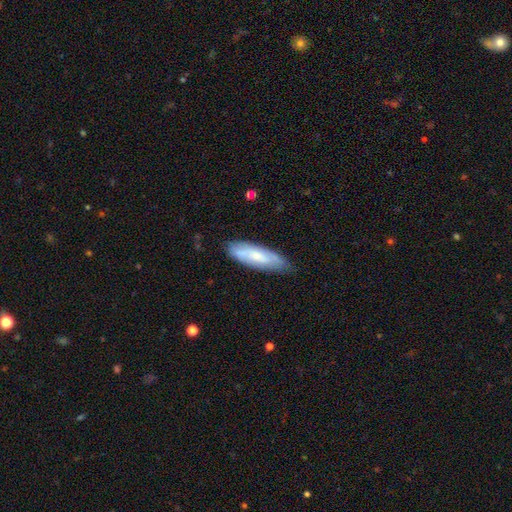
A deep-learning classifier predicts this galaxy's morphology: The model was most divided on "how rounded": cigar-shaped: 56%, in between: 42%, round: 2%. More confident: merging — none (77%); smooth or featured — smooth (57%).